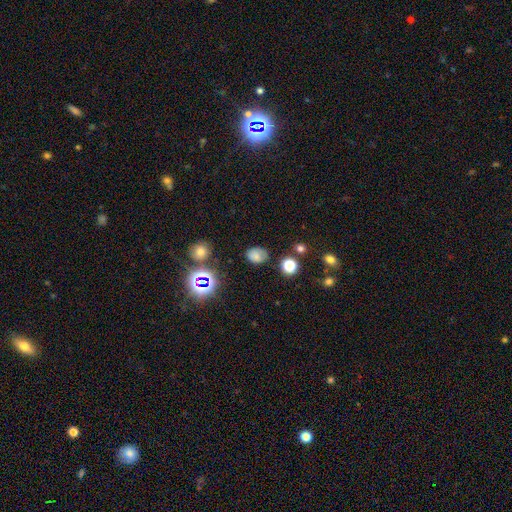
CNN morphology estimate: smooth 68%, star or artifact 19%, featured or disk 13%. Down the decision tree: how rounded — in between (63%); merging — none (70%).